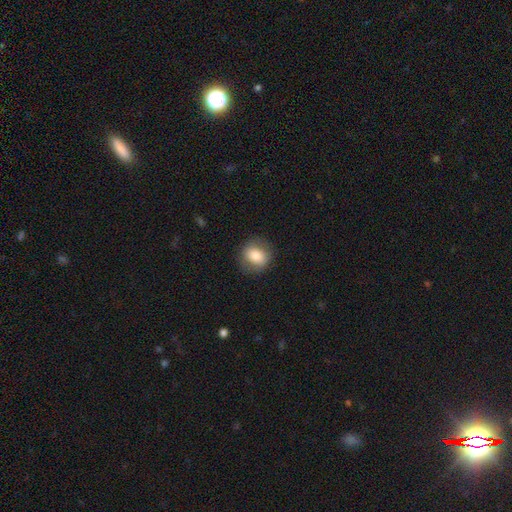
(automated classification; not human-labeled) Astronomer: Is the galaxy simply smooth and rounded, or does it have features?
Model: smooth — 75%.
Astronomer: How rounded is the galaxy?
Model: round — 67%.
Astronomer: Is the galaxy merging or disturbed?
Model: none — 83%.